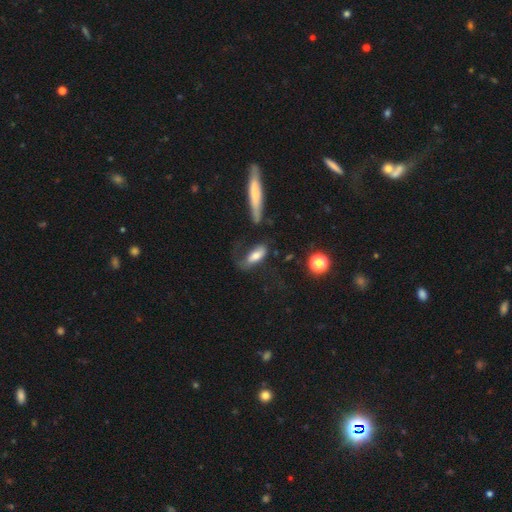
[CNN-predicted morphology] This is likely a smooth galaxy (66%). How rounded: likely in between (70%). Merging: marginally major disturbance (36%).